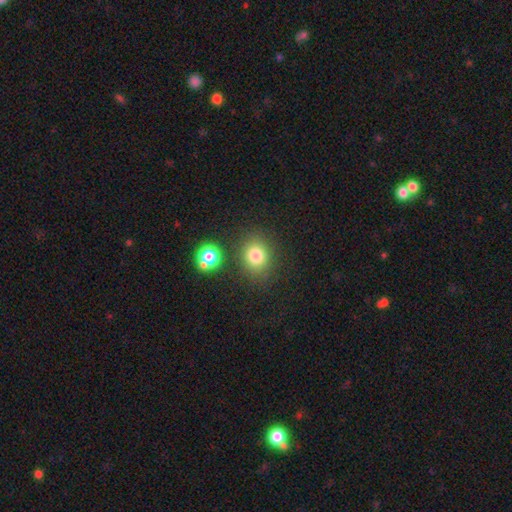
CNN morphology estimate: The model was most divided on "how rounded": round: 68%, in between: 31%, cigar-shaped: 1%. More confident: smooth or featured — smooth (79%); merging — none (77%).